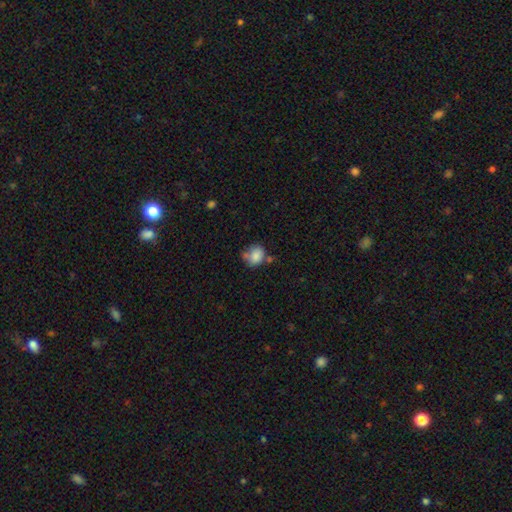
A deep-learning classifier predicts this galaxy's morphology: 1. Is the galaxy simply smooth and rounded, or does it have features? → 80% smooth, 11% featured or disk, 9% star or artifact.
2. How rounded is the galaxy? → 64% round, 35% in between, 1% cigar-shaped.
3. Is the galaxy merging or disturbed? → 47% none, 25% minor disturbance, 18% merger, 9% major disturbance.